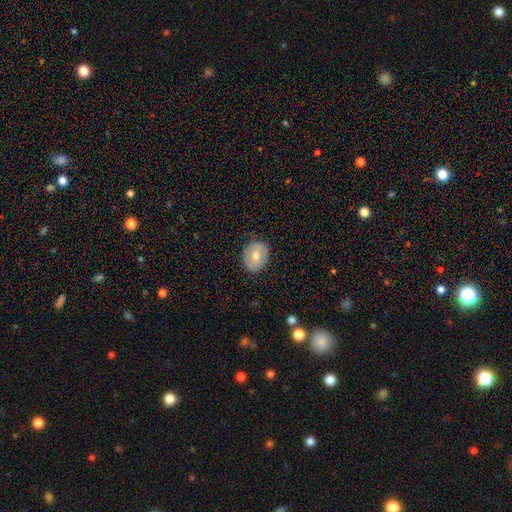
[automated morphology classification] smooth-or-featured: smooth: 64% | featured or disk: 29% | star or artifact: 7%
  how-rounded: round: 62% | in between: 37% | cigar-shaped: 1%
  merging: none: 85% | minor disturbance: 12% | major disturbance: 3% | merger: 1%